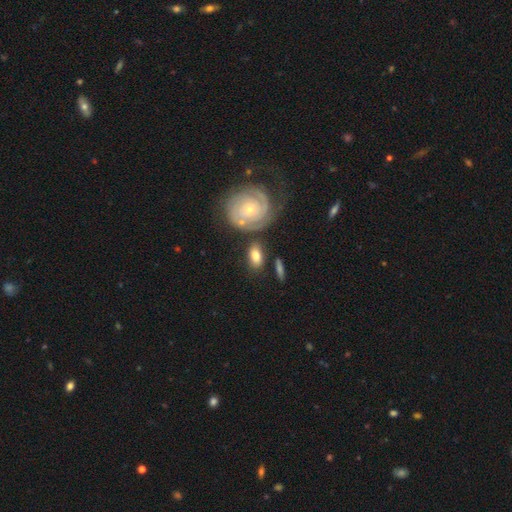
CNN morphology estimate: smooth-or-featured: smooth: 56% | featured or disk: 38% | star or artifact: 6%
  how-rounded: in between: 84% | round: 10% | cigar-shaped: 5%
  merging: none: 71% | minor disturbance: 15% | merger: 9% | major disturbance: 5%